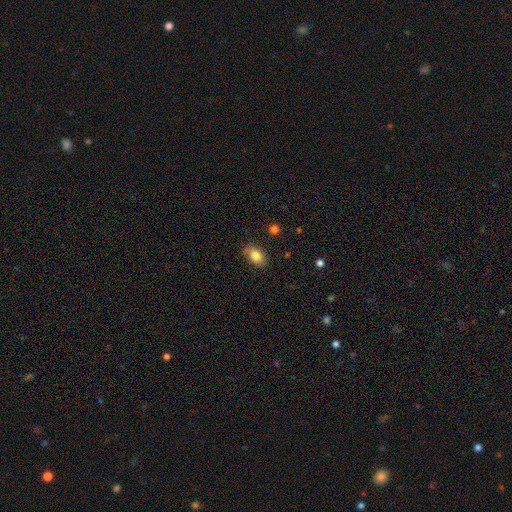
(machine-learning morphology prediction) Q: Smooth or featured?
A: smooth (82%); runner-up: featured or disk (9%)
Q: How rounded?
A: in between (86%); runner-up: round (12%)
Q: Merging?
A: none (82%); runner-up: minor disturbance (14%)